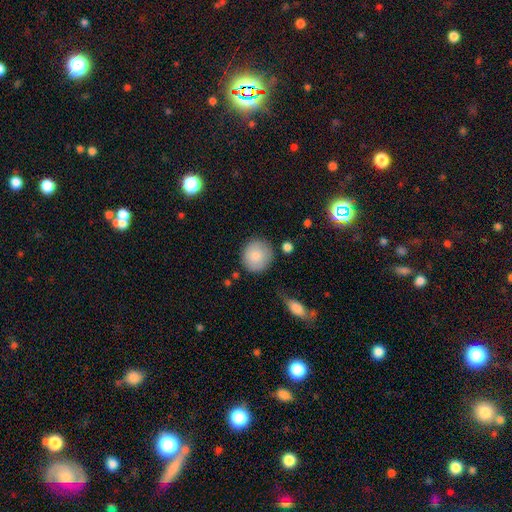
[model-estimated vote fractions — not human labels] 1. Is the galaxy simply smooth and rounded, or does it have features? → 85% smooth, 8% featured or disk, 6% star or artifact.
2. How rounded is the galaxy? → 91% round, 8% in between, 1% cigar-shaped.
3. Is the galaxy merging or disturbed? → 80% none, 14% minor disturbance, 3% major disturbance, 3% merger.